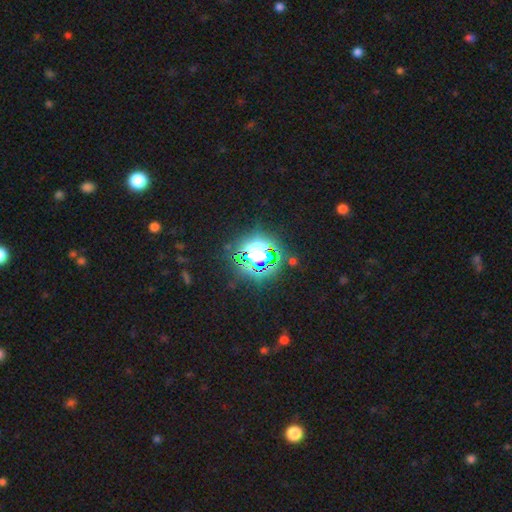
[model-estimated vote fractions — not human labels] Smooth or featured? star or artifact (73%)